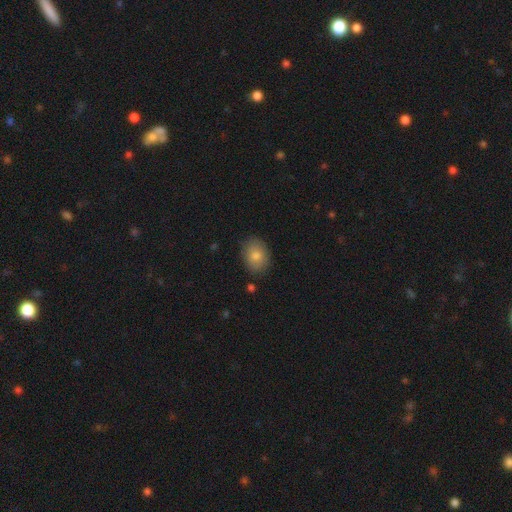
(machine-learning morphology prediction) Smooth or featured? smooth (79%)
How rounded? in between (65%)
Merging? none (85%)